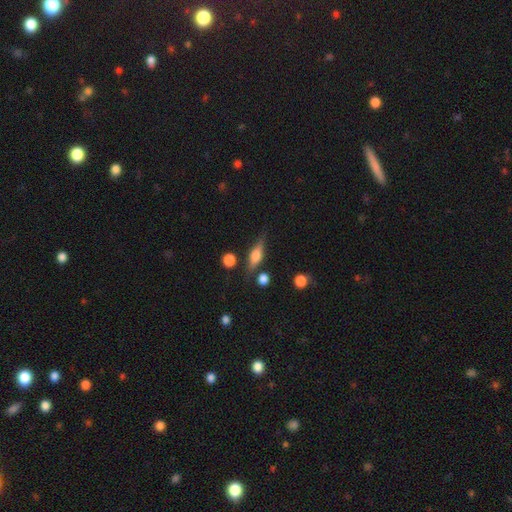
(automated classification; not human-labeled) smooth-or-featured: featured or disk: 57% | smooth: 35% | star or artifact: 8%
  disk-edge-on: yes: 93% | no: 7%
    edge-on-bulge: rounded: 87% | boxy: 10% | none: 3%
  merging: none: 78% | minor disturbance: 14% | merger: 4% | major disturbance: 4%